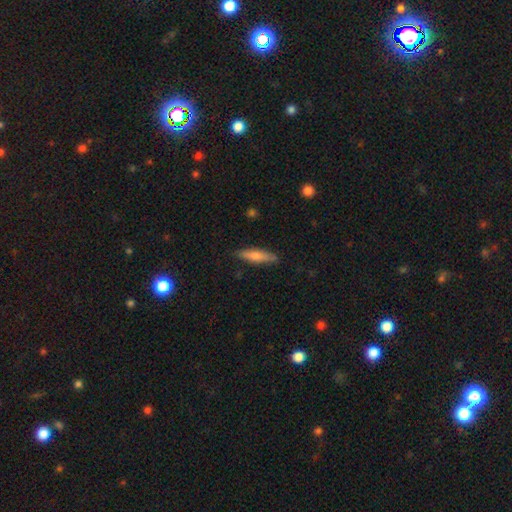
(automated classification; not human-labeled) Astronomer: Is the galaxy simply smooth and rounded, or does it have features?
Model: smooth — 65%.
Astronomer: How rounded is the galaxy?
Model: cigar-shaped — 81%.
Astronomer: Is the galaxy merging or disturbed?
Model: none — 86%.